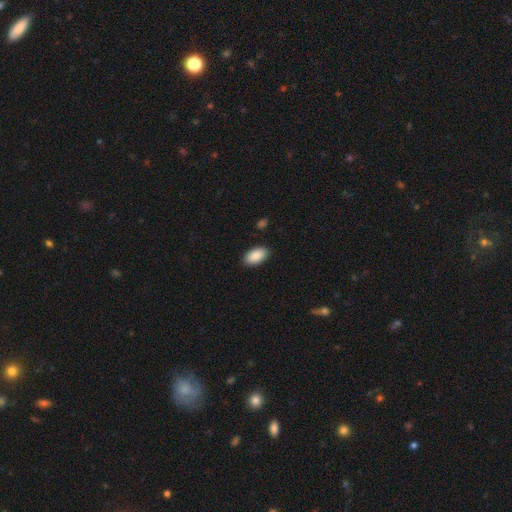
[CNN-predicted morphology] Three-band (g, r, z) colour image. It shows a smooth galaxy with no disk features (90%) that is in between round and cigar-shaped (95%). Merging: none (89%).